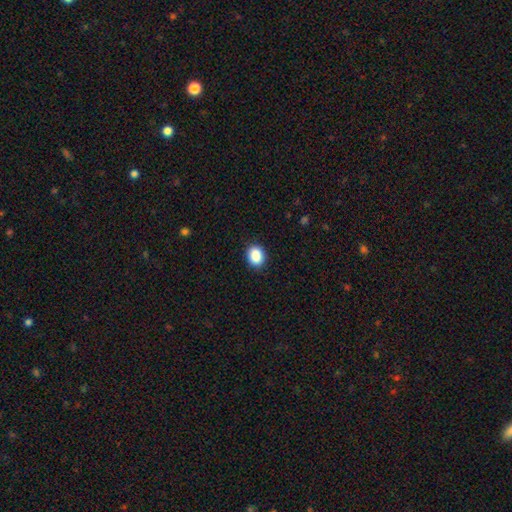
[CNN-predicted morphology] Smooth or featured? Predicted: smooth (p=0.89). How rounded? Predicted: round (p=0.50). Merging? Predicted: none (p=0.90).